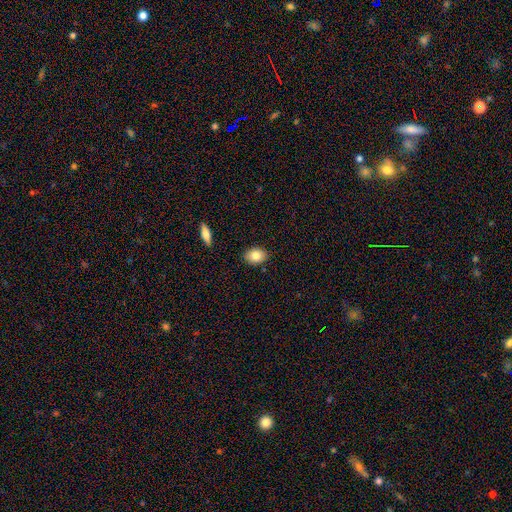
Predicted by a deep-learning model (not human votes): The model was most divided on "how rounded": in between: 74%, round: 24%, cigar-shaped: 1%. More confident: merging — none (87%); smooth or featured — smooth (81%).